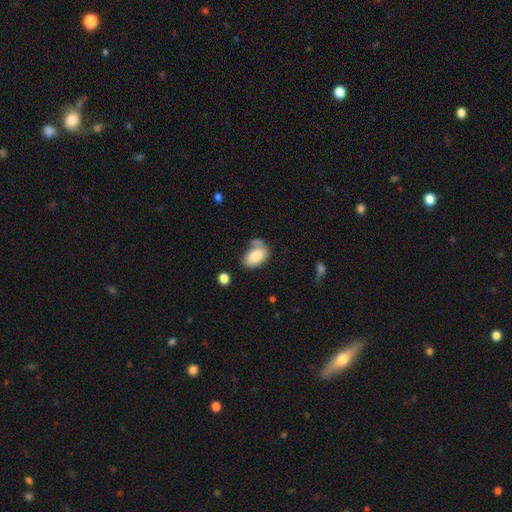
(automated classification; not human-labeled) Smooth or featured? Predicted: smooth (p=0.84). How rounded? Predicted: in between (p=0.92). Merging? Predicted: none (p=0.49).